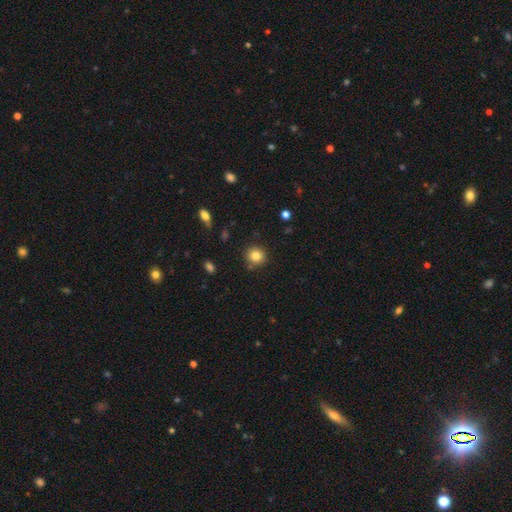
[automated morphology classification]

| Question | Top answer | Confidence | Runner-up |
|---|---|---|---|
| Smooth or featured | smooth | 83% | star or artifact (11%) |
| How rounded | round | 90% | in between (9%) |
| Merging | none | 85% | minor disturbance (8%) |